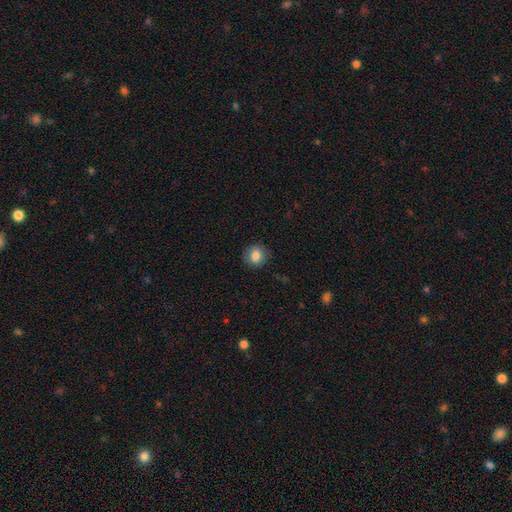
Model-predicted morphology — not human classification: Smooth or featured? smooth (83%)
How rounded? round (87%)
Merging? none (88%)